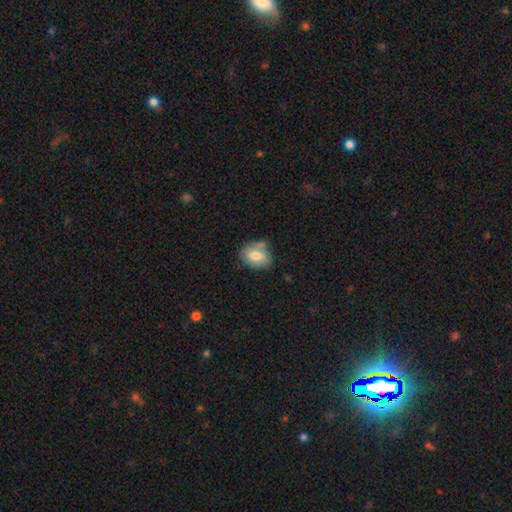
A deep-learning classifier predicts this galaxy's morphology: This is likely a smooth galaxy (72%). How rounded: likely in between (71%). Merging: possibly none (55%).